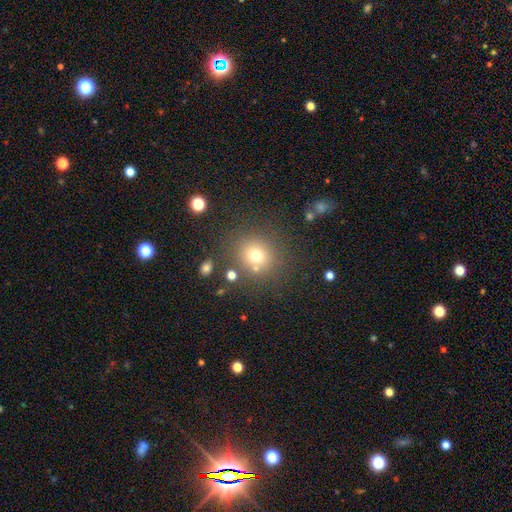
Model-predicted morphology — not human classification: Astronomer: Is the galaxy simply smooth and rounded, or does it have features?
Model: smooth — 71%.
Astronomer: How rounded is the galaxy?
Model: round — 86%.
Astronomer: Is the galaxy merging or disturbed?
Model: none — 78%.